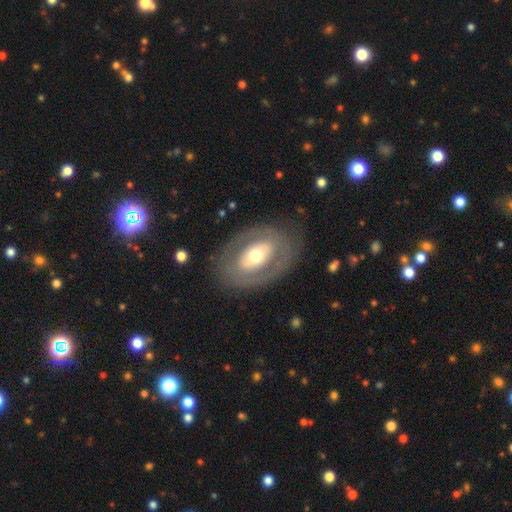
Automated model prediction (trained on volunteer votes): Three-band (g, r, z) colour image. It shows a featured or disk galaxy (58%) with no bar (65%), no spiral arms (84%) and a moderate central bulge (63%). Merging: none (80%).